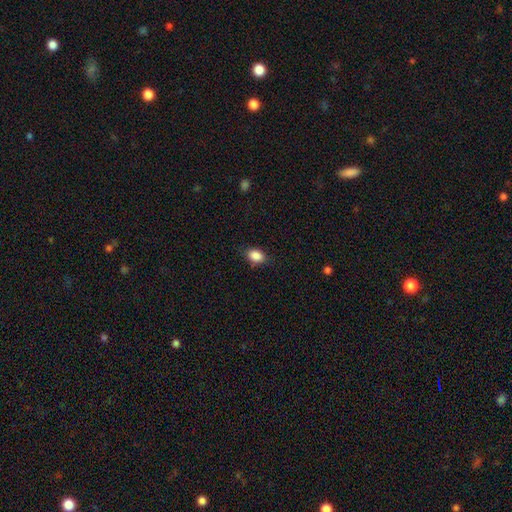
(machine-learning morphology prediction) smooth-or-featured: smooth: 88% | star or artifact: 9% | featured or disk: 4%
  how-rounded: in between: 79% | round: 20% | cigar-shaped: 1%
  merging: none: 84% | minor disturbance: 12% | major disturbance: 3% | merger: 1%